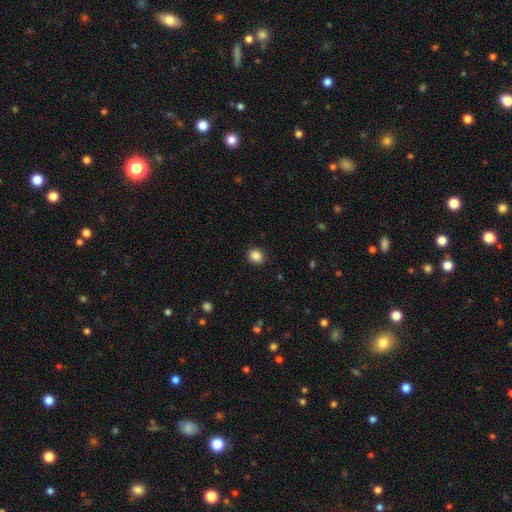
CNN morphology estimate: smooth 88%, star or artifact 9%, featured or disk 3%. Down the decision tree: how rounded — round (55%); merging — none (90%).